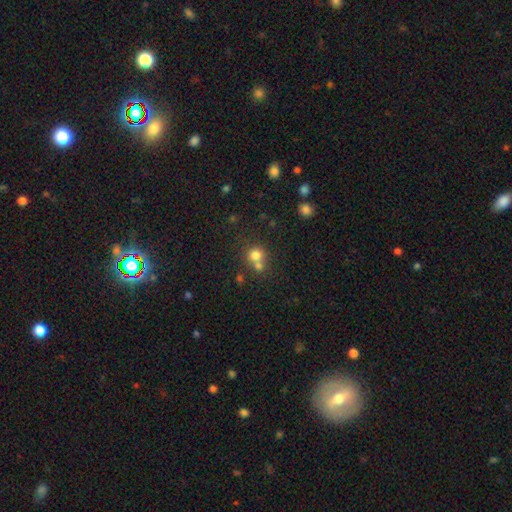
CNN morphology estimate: This is likely a smooth galaxy (76%). How rounded: clearly round (84%). Merging: possibly merger (45%, tied with none).